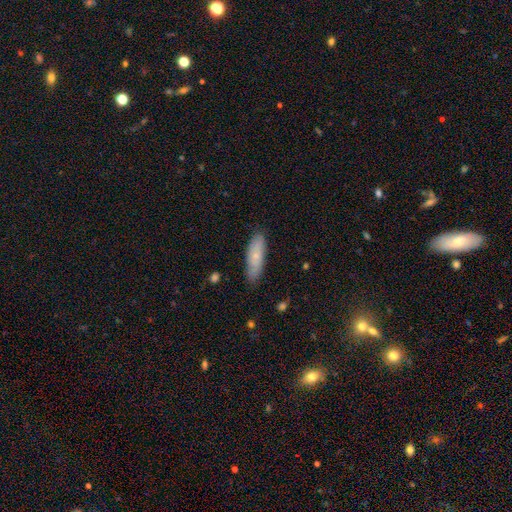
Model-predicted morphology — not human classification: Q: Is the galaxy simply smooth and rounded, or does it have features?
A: smooth — 71%.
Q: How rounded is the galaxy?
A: in between — 52%.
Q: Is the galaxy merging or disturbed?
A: none — 82%.